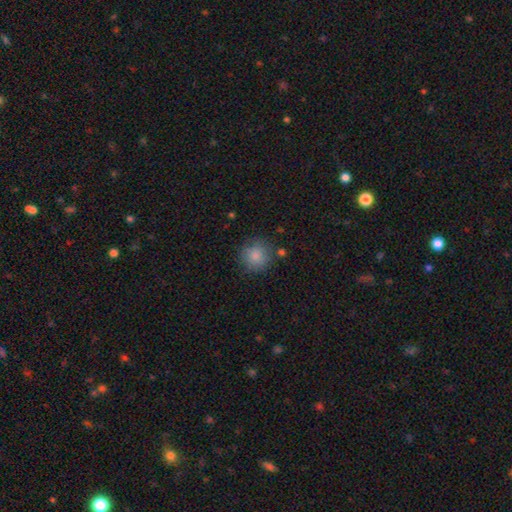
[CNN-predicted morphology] This appears to be a smooth galaxy with no disk features (84%) that is round (92%). Merging: none (79%).